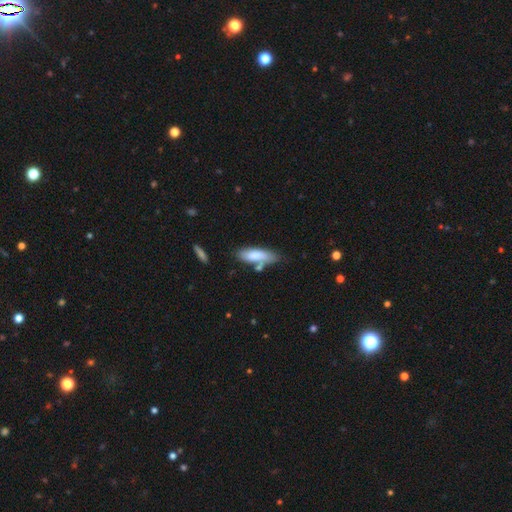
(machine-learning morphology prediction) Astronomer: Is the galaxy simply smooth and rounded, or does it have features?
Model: smooth — 77%.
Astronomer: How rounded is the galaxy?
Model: in between — 58% (runner-up: cigar-shaped, 41%).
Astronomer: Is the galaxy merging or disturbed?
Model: none — 57%.